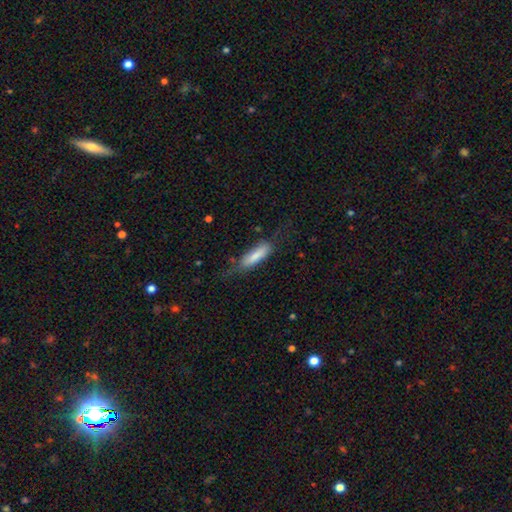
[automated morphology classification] Smooth or featured? smooth (76%)
How rounded? cigar-shaped (55%)
Merging? none (57%)